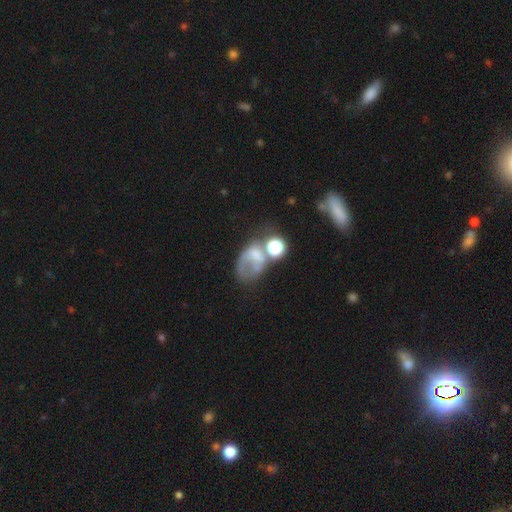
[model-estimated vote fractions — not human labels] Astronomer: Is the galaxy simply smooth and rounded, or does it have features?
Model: smooth — 42% (runner-up: featured or disk, 41%).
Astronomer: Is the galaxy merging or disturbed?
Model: major disturbance — 36% (runner-up: merger, 26%).